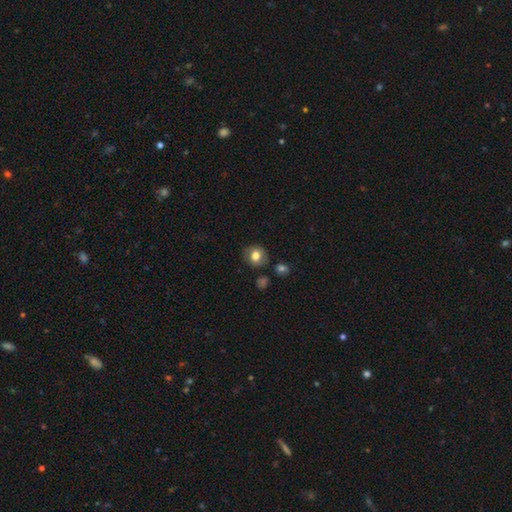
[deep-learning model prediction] Morphology: type=smooth (78%); roundness=round (77%); merging=none (80%).